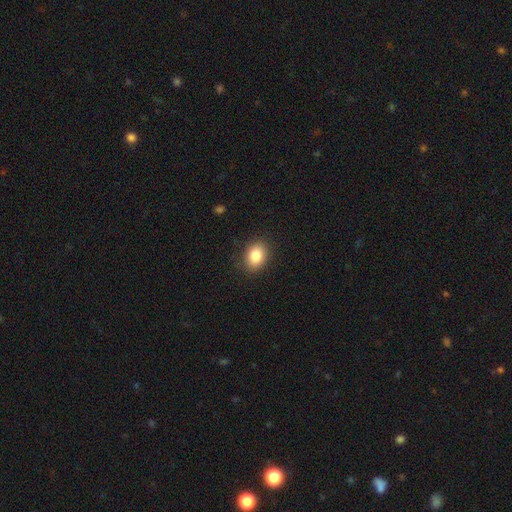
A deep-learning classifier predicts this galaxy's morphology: smooth_or_featured: smooth (p=0.86) [alt: star or artifact p=0.08]
how_rounded: in between (p=0.65) [alt: round p=0.34]
merging: none (p=0.87) [alt: minor disturbance p=0.09]